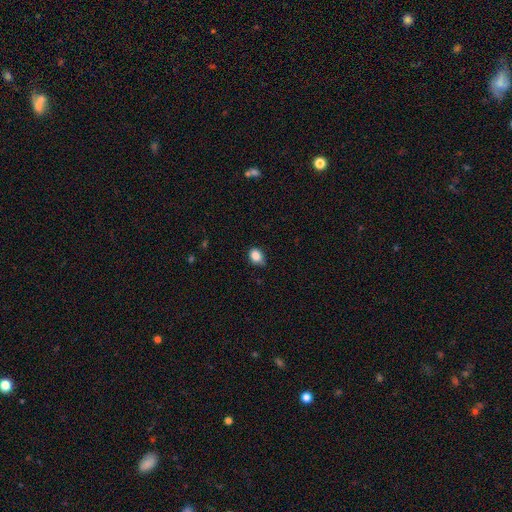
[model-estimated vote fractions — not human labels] Morphology: type=smooth (85%); roundness=in between (62%); merging=none (64%).